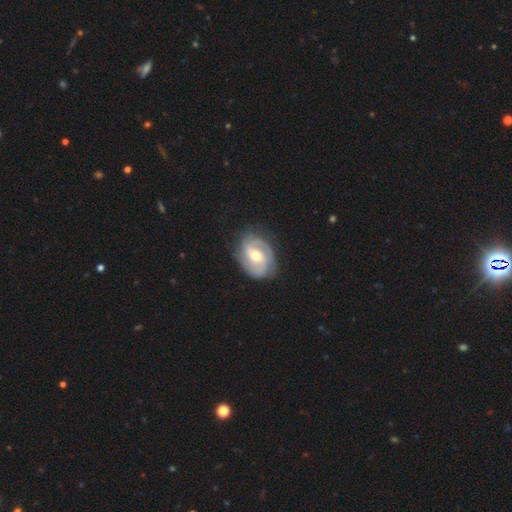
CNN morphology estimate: A featured or disk galaxy (82%) with a weak bar (47%), 2 (74%) tight (46%) spiral arms (93%) and a moderate central bulge (66%).

Vote fractions:
- Smooth or featured? featured or disk: 82% / smooth: 14% / star or artifact: 5%
- Edge-on disk? no: 97% / yes: 3%
- Bar? weak: 47% / no: 34% / strong: 18%
- Spiral arms? yes: 93% / no: 7%
- Spiral winding? tight: 46% / medium: 41% / loose: 13%
- Spiral arm count? 2: 74% / can't tell: 11% / 3: 8% / 1: 3% / 4: 2% / more than 4: 2%
- Bulge size? moderate: 66% / small: 28% / large: 4% / none: 1% / dominant: 1%
- Merging? none: 77% / minor disturbance: 16% / major disturbance: 5% / merger: 1%